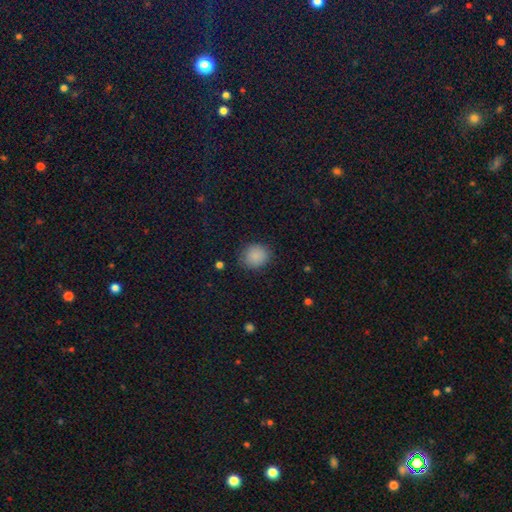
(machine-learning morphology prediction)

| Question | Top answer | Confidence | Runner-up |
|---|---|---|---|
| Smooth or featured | smooth | 87% | star or artifact (10%) |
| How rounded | round | 81% | in between (18%) |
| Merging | none | 85% | minor disturbance (11%) |